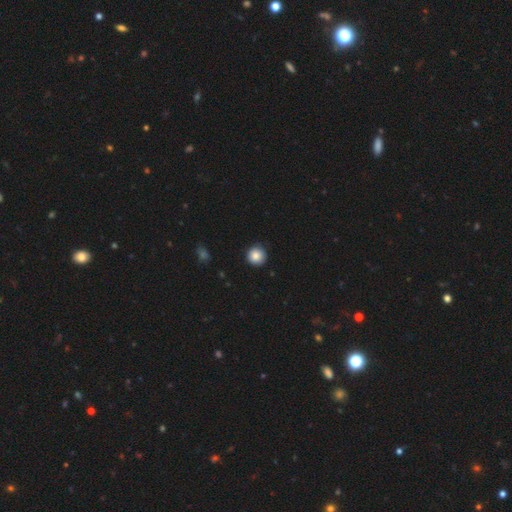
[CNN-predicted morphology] A smooth galaxy with no disk features (86%) that is round (95%). Merging: none (88%).